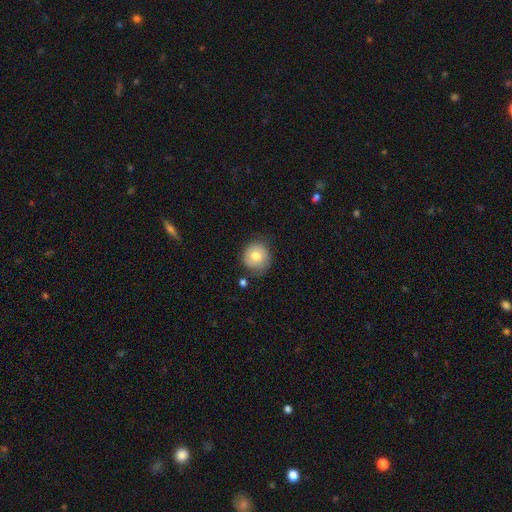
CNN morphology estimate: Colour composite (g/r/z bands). It shows a smooth galaxy with no disk features (78%) that is round (90%). Merging: none (72%).